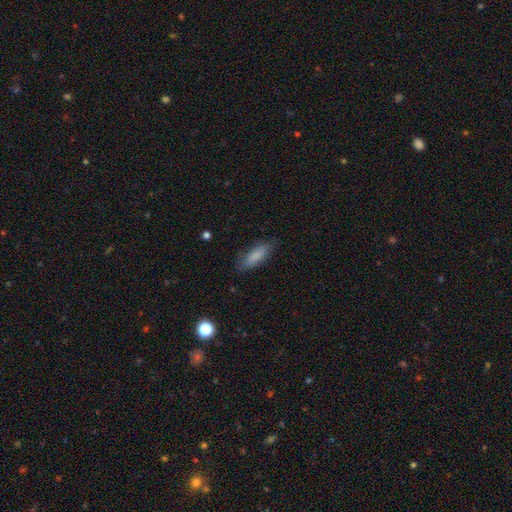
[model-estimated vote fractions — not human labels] Q: Smooth or featured?
A: smooth (80%); runner-up: featured or disk (13%)
Q: How rounded?
A: in between (61%); runner-up: cigar-shaped (37%)
Q: Merging?
A: none (77%); runner-up: minor disturbance (17%)